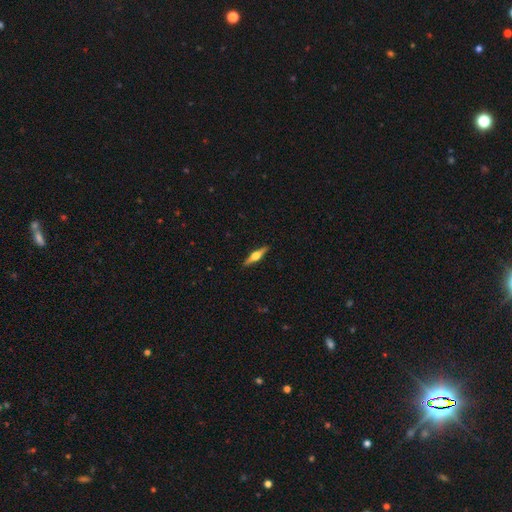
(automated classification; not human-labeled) Smooth or featured? Predicted: featured or disk (p=0.68). Edge-on disk? Predicted: yes (p=0.97). Edge-on bulge? Predicted: rounded (p=0.93). Merging? Predicted: none (p=0.91).